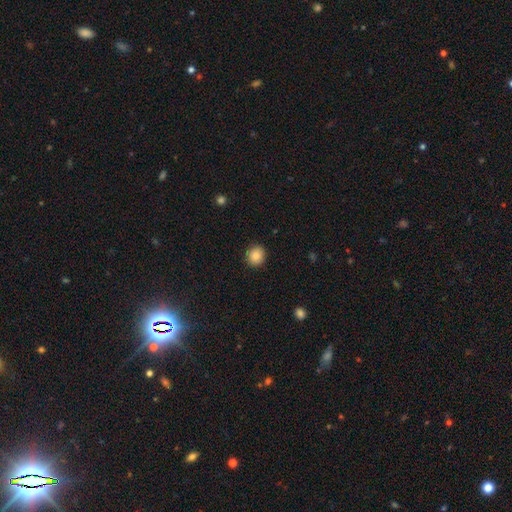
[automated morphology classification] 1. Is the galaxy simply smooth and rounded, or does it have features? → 86% smooth, 9% star or artifact, 5% featured or disk.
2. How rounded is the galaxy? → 79% round, 20% in between, 1% cigar-shaped.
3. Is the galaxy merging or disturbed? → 91% none, 6% minor disturbance, 2% major disturbance, 1% merger.